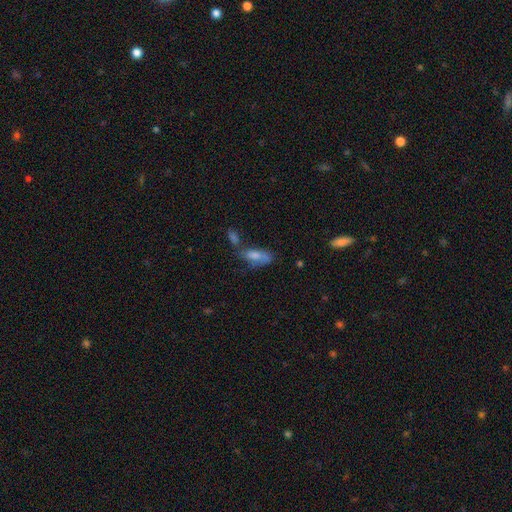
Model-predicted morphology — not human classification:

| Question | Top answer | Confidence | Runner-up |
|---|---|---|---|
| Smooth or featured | smooth | 69% | featured or disk (22%) |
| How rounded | in between | 75% | cigar-shaped (21%) |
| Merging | none | 34% | merger (30%) |